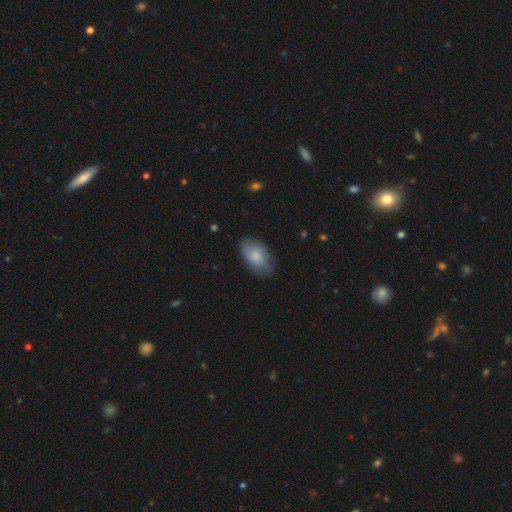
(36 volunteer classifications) Smooth or featured? 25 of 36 (69%) said smooth. How rounded? 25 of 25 (100%) said in between. Merging? 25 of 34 (74%) said none.